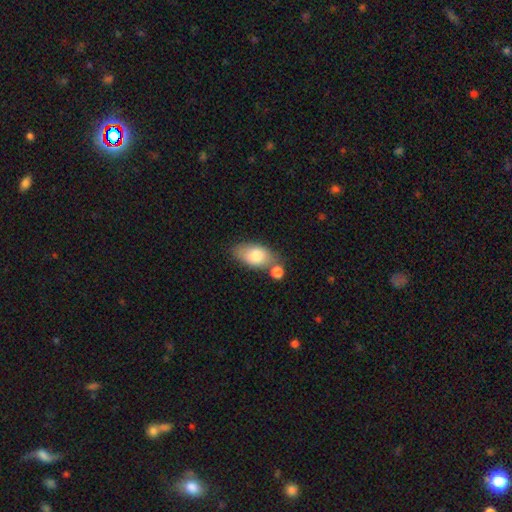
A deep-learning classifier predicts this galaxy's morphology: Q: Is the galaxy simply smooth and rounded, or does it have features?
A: smooth — 79%.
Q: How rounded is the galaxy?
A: in between — 90%.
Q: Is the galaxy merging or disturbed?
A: none — 52%.